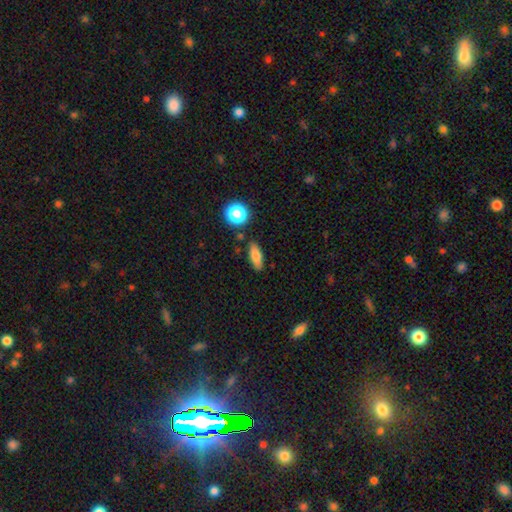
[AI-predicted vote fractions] smooth-or-featured: smooth: 76% | featured or disk: 14% | star or artifact: 10%
  how-rounded: in between: 67% | cigar-shaped: 26% | round: 7%
  merging: none: 84% | minor disturbance: 10% | merger: 4% | major disturbance: 2%